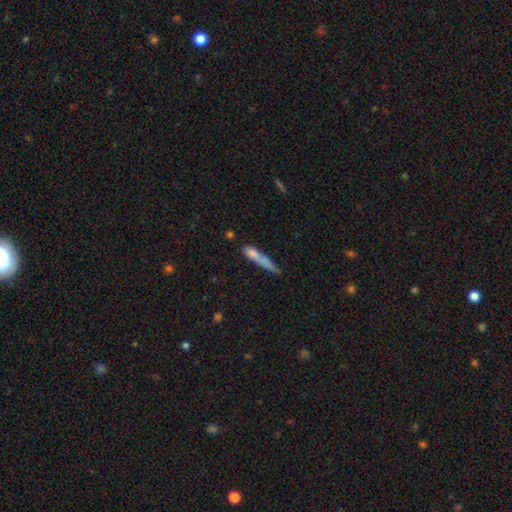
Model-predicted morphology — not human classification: Smooth or featured?
  - smooth: 71% *
  - featured or disk: 20%
  - star or artifact: 9%
How rounded?
  - cigar-shaped: 90% *
  - in between: 8%
  - round: 2%
Merging?
  - none: 50% *
  - minor disturbance: 25%
  - merger: 13%
  - major disturbance: 12%